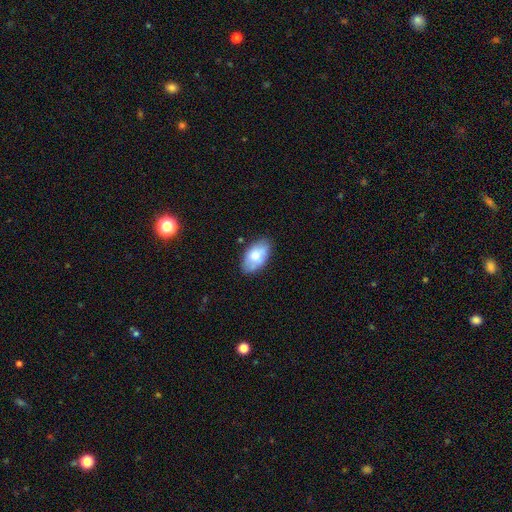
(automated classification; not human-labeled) smooth 69%, featured or disk 24%, star or artifact 7%. Down the decision tree: how rounded — in between (93%); merging — none (78%).